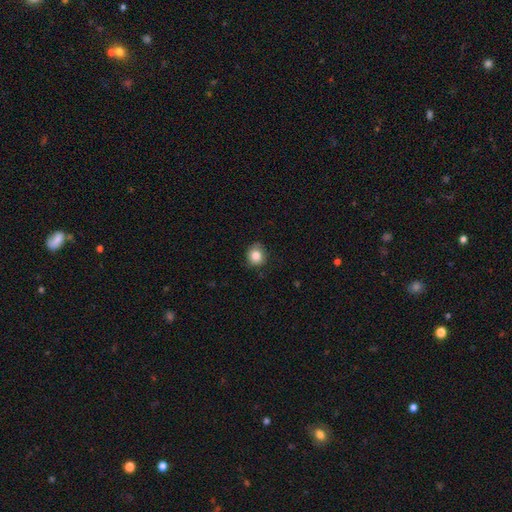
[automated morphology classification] Q: Smooth or featured?
A: smooth (84%); runner-up: star or artifact (10%)
Q: How rounded?
A: round (79%); runner-up: in between (20%)
Q: Merging?
A: none (80%); runner-up: minor disturbance (16%)